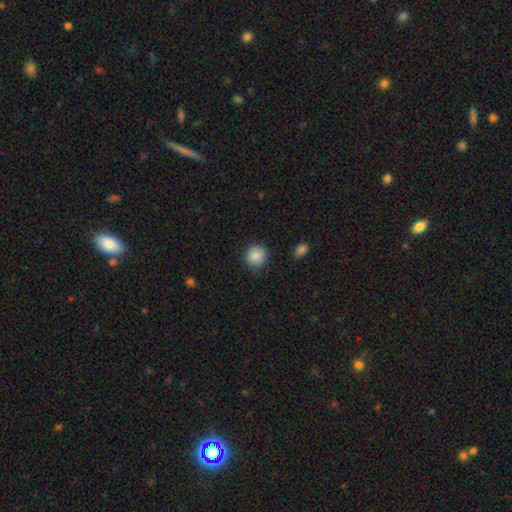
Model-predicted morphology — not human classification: Smooth or featured: smooth — 88% (star or artifact — 8%)
How rounded: round — 89% (in between — 10%)
Merging: none — 88% (minor disturbance — 8%)